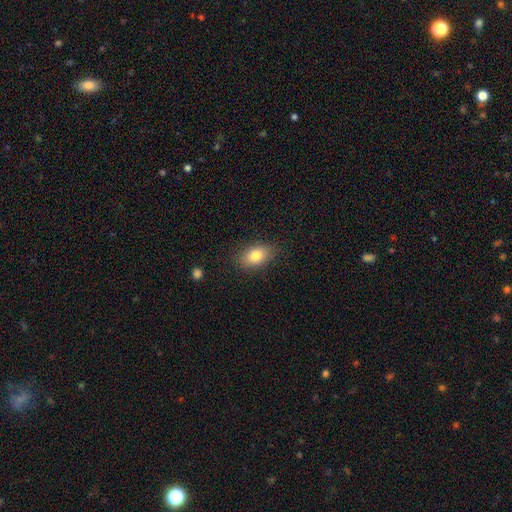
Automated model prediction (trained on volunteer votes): Smooth or featured? smooth (80%)
How rounded? in between (87%)
Merging? none (84%)